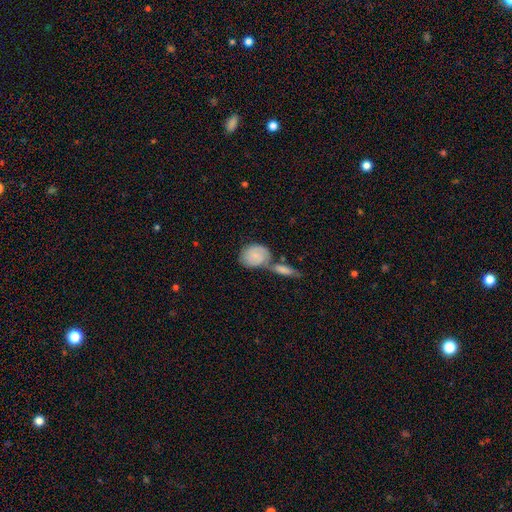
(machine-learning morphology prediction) smooth 65%, featured or disk 28%, star or artifact 6%. Down the decision tree: how rounded — in between (56%); merging — merger (45%).